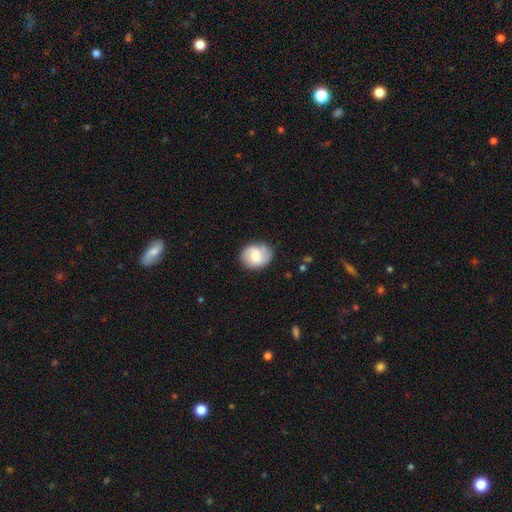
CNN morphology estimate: smooth_or_featured: smooth (p=0.52) [alt: featured or disk p=0.41]
how_rounded: round (p=0.63) [alt: in between p=0.36]
merging: none (p=0.74) [alt: minor disturbance p=0.19]